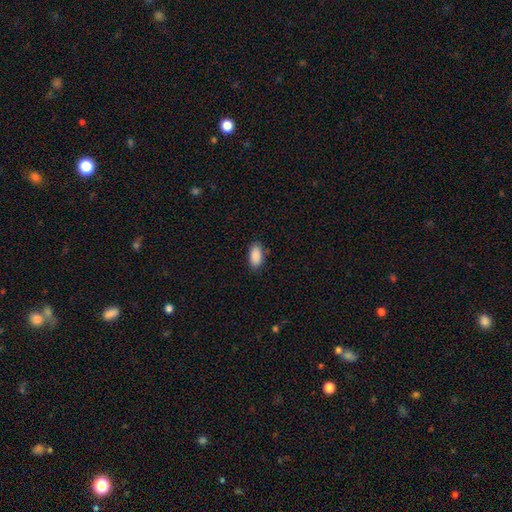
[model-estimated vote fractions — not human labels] smooth-or-featured: smooth: 90% | star or artifact: 7% | featured or disk: 3%
  how-rounded: in between: 93% | cigar-shaped: 4% | round: 3%
  merging: none: 85% | minor disturbance: 12% | major disturbance: 3% | merger: 1%